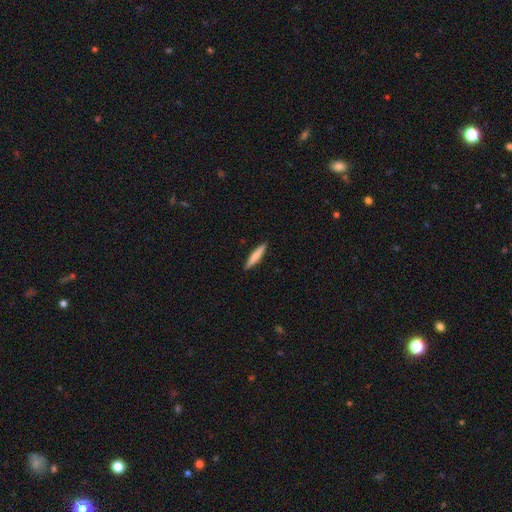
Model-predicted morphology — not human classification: Q: Smooth or featured?
A: smooth (75%); runner-up: featured or disk (19%)
Q: How rounded?
A: cigar-shaped (91%); runner-up: in between (8%)
Q: Merging?
A: none (91%); runner-up: minor disturbance (6%)